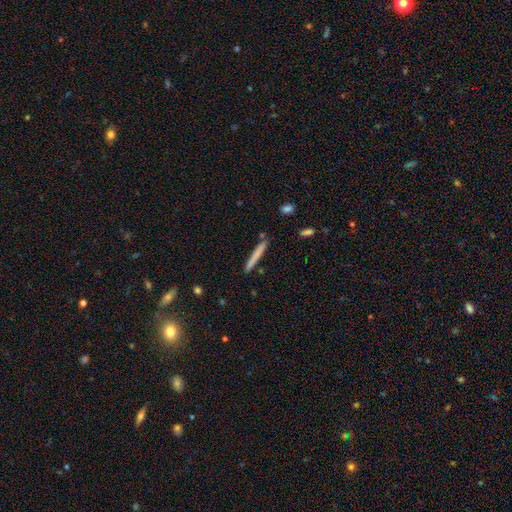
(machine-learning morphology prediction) type=smooth (70%); roundness=cigar-shaped (97%); merging=none (88%).